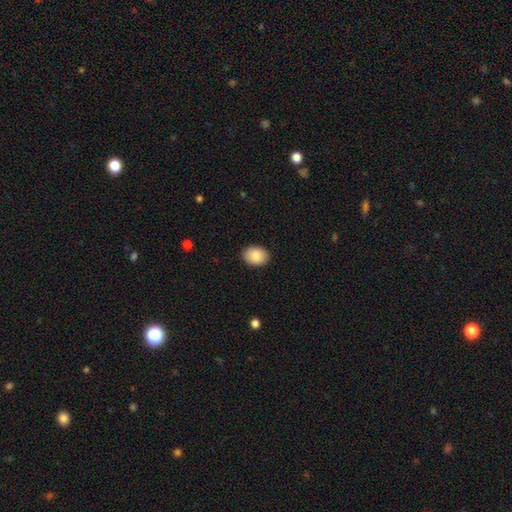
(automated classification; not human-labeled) A smooth galaxy with no disk features (87%) that is in between round and cigar-shaped (75%). Merging: none (89%).